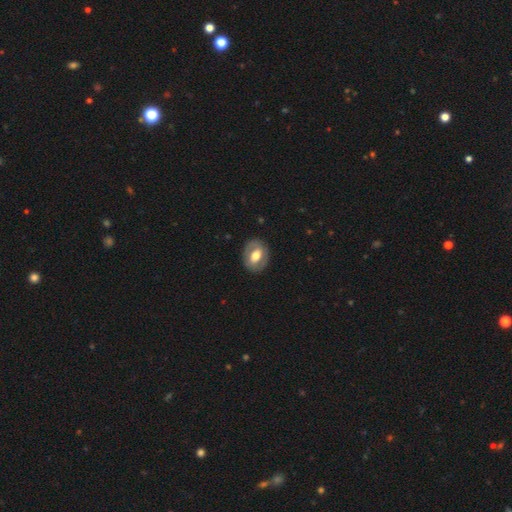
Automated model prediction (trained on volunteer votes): smooth_or_featured: featured or disk (p=0.47) [tied with: smooth p=0.47]
merging: none (p=0.84) [alt: minor disturbance p=0.11]